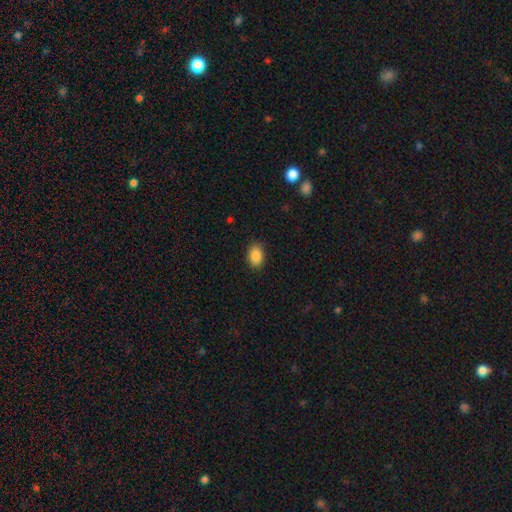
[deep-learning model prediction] A smooth galaxy with no disk features (88%) that is in between round and cigar-shaped (83%).

Vote fractions:
- Smooth or featured? smooth: 88% / star or artifact: 8% / featured or disk: 4%
- How rounded? in between: 83% / round: 16% / cigar-shaped: 1%
- Merging? none: 86% / minor disturbance: 10% / major disturbance: 2% / merger: 1%